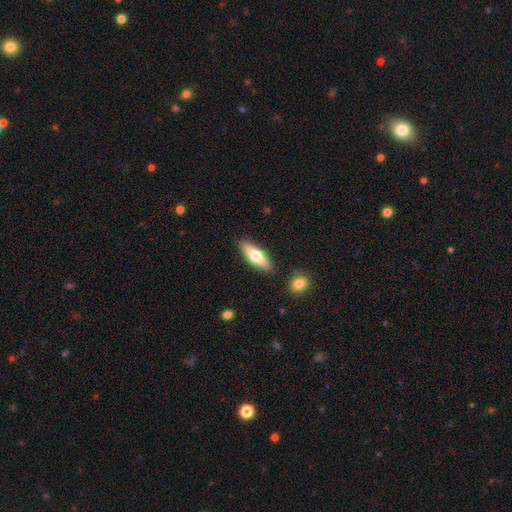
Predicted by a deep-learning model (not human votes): Morphology: type=smooth (65%); roundness=in between (56%); merging=none (86%).